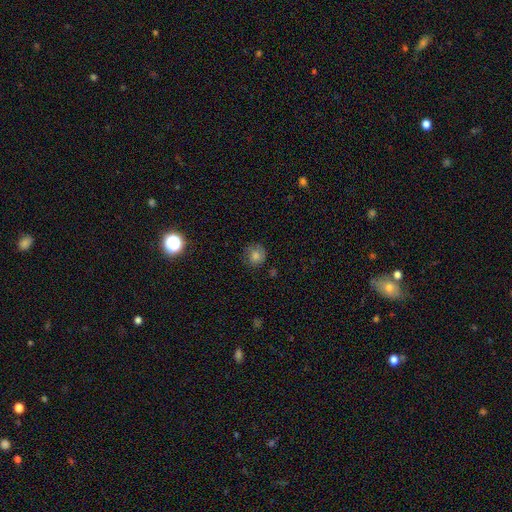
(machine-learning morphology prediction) This appears to be a smooth galaxy with no disk features (72%) that is round (88%). Merging: none (74%).